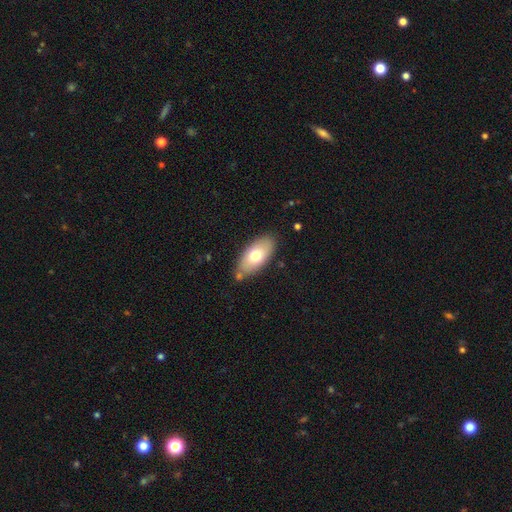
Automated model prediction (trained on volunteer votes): Smooth or featured?
  - smooth: 71% *
  - featured or disk: 22%
  - star or artifact: 7%
How rounded?
  - in between: 91% *
  - cigar-shaped: 6%
  - round: 3%
Merging?
  - none: 77% *
  - minor disturbance: 14%
  - merger: 5%
  - major disturbance: 3%